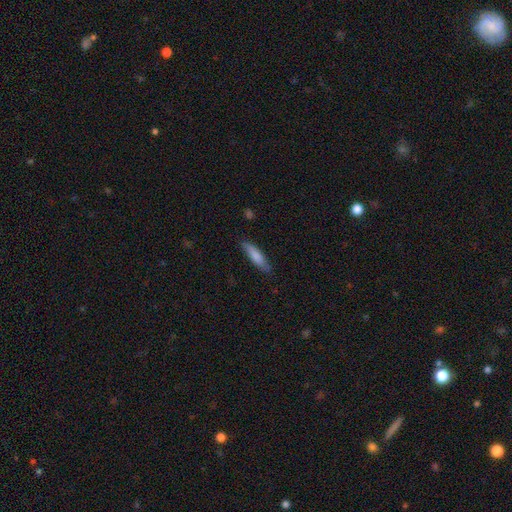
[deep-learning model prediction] A smooth galaxy with no disk features (78%) that is cigar-shaped (74%).

Vote fractions:
- Smooth or featured? smooth: 78% / featured or disk: 16% / star or artifact: 5%
- How rounded? cigar-shaped: 74% / in between: 24% / round: 1%
- Merging? none: 80% / minor disturbance: 16% / major disturbance: 3% / merger: 1%